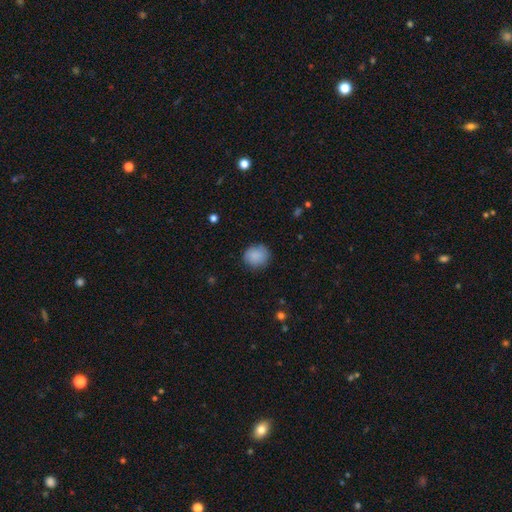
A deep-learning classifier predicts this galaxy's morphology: Q: Smooth or featured?
A: smooth (88%); runner-up: star or artifact (8%)
Q: How rounded?
A: round (79%); runner-up: in between (20%)
Q: Merging?
A: none (84%); runner-up: minor disturbance (12%)